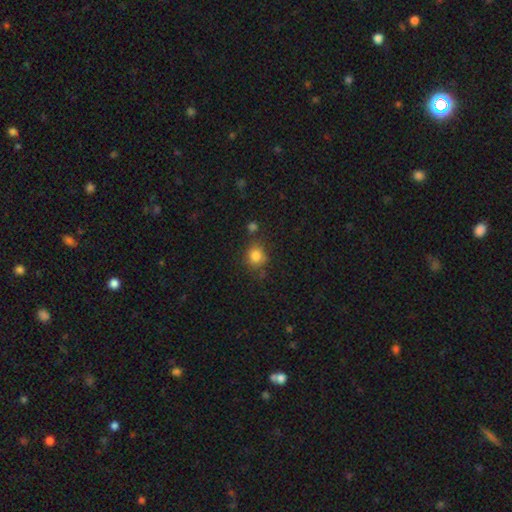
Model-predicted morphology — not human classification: smooth_or_featured: smooth (p=0.83) [alt: star or artifact p=0.11]
how_rounded: round (p=0.79) [alt: in between p=0.20]
merging: none (p=0.71) [alt: minor disturbance p=0.16]